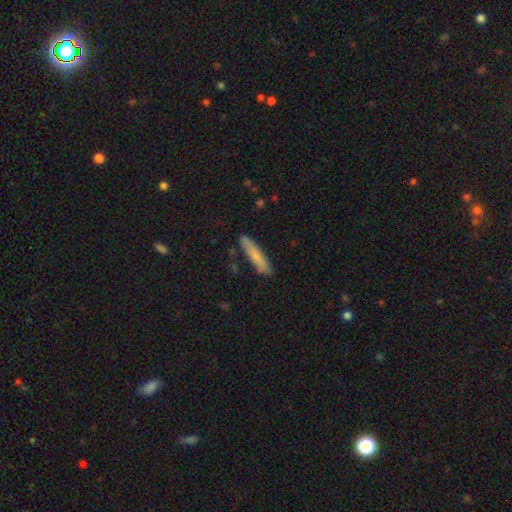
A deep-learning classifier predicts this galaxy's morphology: type=smooth (78%); roundness=cigar-shaped (89%); merging=none (84%).